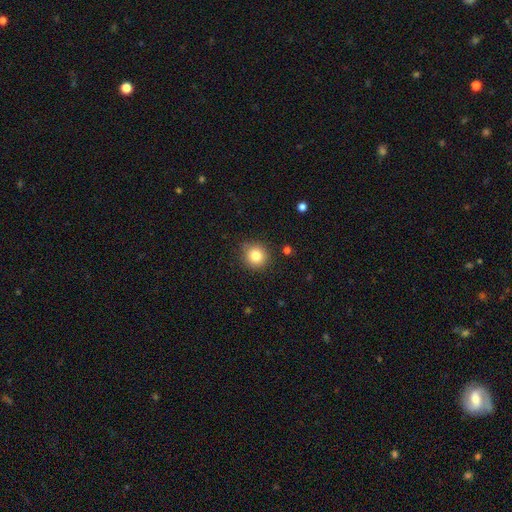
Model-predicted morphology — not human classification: smooth_or_featured: smooth (p=0.84) [alt: star or artifact p=0.10]
how_rounded: round (p=0.91) [alt: in between p=0.08]
merging: none (p=0.85) [alt: minor disturbance p=0.10]